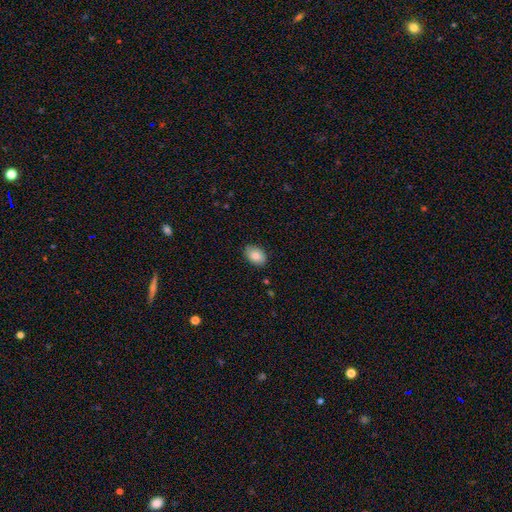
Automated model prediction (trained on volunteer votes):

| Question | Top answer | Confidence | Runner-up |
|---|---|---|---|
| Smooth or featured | smooth | 84% | featured or disk (9%) |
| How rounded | in between | 84% | round (15%) |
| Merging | none | 82% | minor disturbance (14%) |